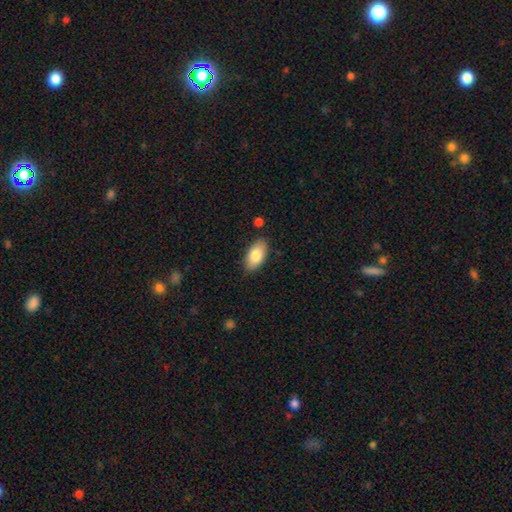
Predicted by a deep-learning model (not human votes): This appears to be a smooth galaxy with no disk features (82%) that is in between round and cigar-shaped (94%). Merging: none (84%).